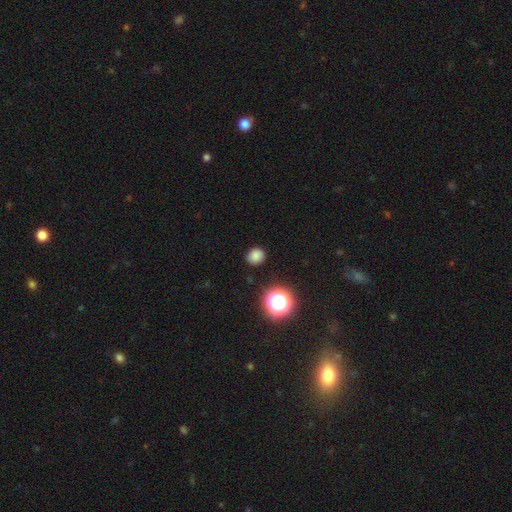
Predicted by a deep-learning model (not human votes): Q: Smooth or featured?
A: smooth (80%); runner-up: star or artifact (16%)
Q: How rounded?
A: round (80%); runner-up: in between (19%)
Q: Merging?
A: none (88%); runner-up: minor disturbance (8%)